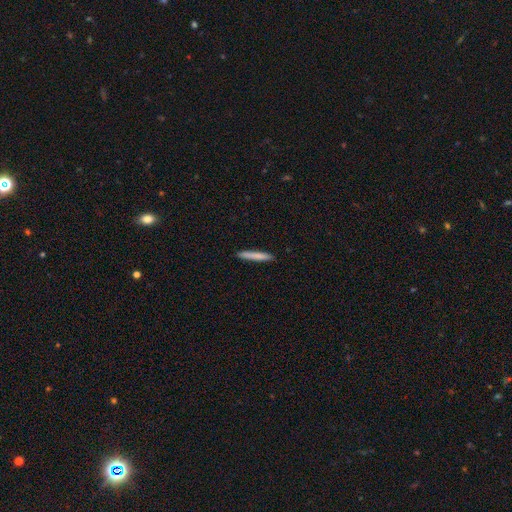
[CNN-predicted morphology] Smooth or featured? smooth (80%)
How rounded? cigar-shaped (95%)
Merging? none (91%)